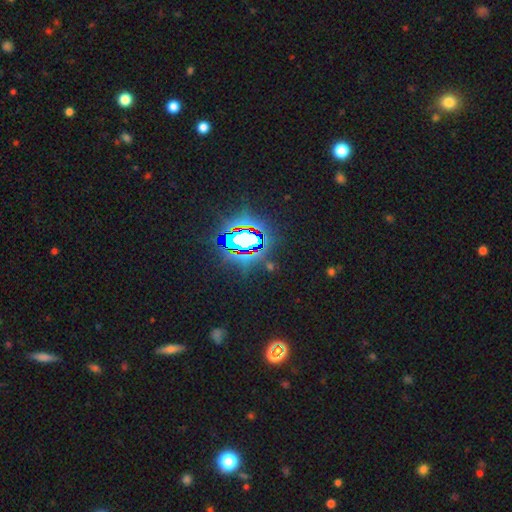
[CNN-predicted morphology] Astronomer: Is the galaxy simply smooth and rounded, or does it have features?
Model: star or artifact — 83%.